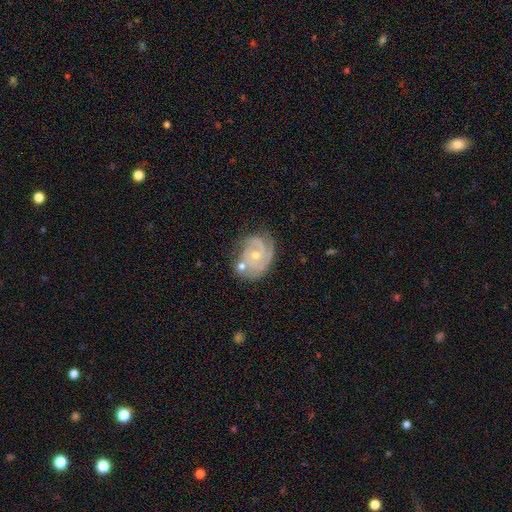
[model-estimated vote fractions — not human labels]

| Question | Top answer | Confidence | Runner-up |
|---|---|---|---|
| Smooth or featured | featured or disk | 82% | smooth (12%) |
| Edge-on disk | no | 97% | yes (3%) |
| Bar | no | 74% | weak (22%) |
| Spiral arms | yes | 95% | no (5%) |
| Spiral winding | tight | 62% | medium (30%) |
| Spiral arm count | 2 | 34% | 3 (30%) |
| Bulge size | small | 53% | moderate (43%) |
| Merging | none | 57% | minor disturbance (21%) |